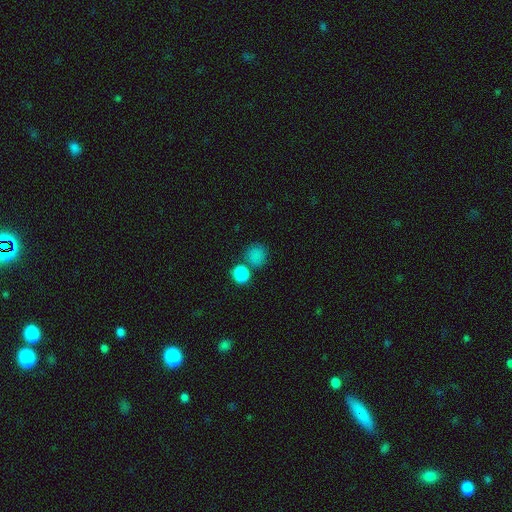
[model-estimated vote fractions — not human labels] smooth-or-featured: smooth: 81% | star or artifact: 14% | featured or disk: 5%
  how-rounded: round: 83% | in between: 16% | cigar-shaped: 1%
  merging: none: 64% | merger: 19% | minor disturbance: 11% | major disturbance: 5%